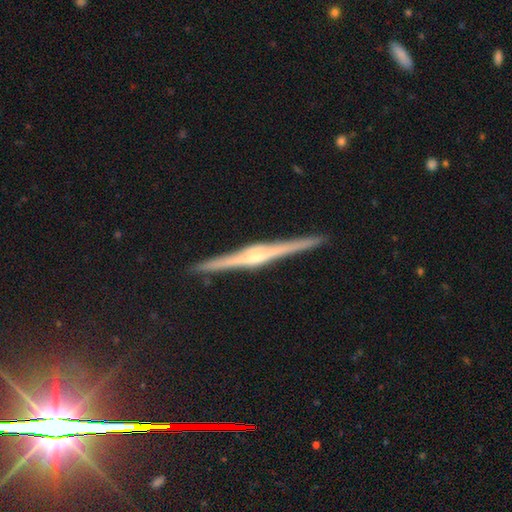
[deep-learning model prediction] Smooth or featured?
  - featured or disk: 86% *
  - smooth: 8%
  - star or artifact: 6%
Edge-on disk?
  - yes: 99% *
  - no: 1%
Edge-on bulge?
  - rounded: 64% *
  - boxy: 25%
  - none: 11%
Merging?
  - none: 92% *
  - minor disturbance: 5%
  - major disturbance: 1%
  - merger: 1%